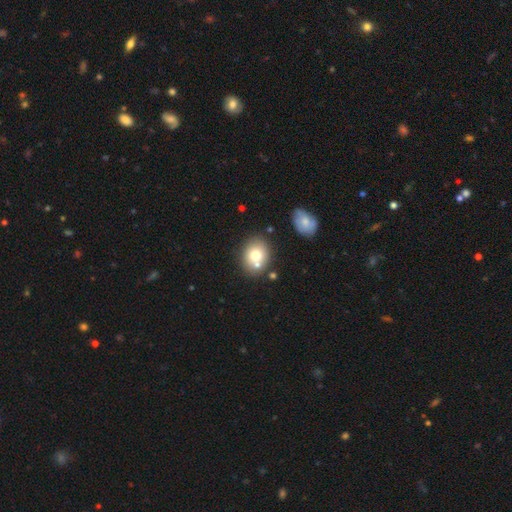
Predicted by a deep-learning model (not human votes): A smooth galaxy with no disk features (73%) that is round (54%).

Vote fractions:
- Smooth or featured? smooth: 73% / featured or disk: 17% / star or artifact: 10%
- How rounded? round: 54% / in between: 45% / cigar-shaped: 1%
- Merging? none: 66% / merger: 19% / minor disturbance: 12% / major disturbance: 3%